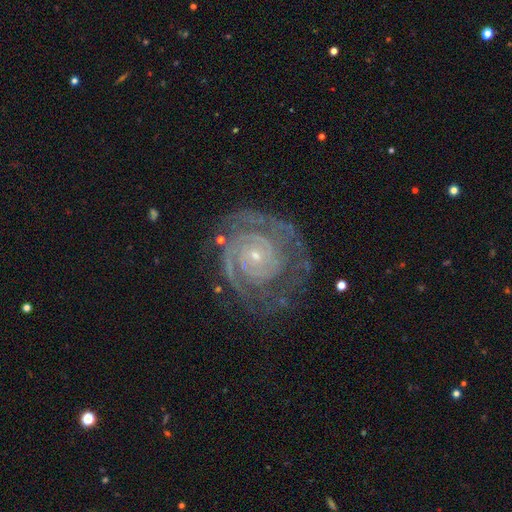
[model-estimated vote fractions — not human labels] This appears to be a featured or disk galaxy (90%) with no bar (75%), 2 (44%) tight (81%) spiral arms (98%) and a small central bulge (81%). Merging: none (69%).